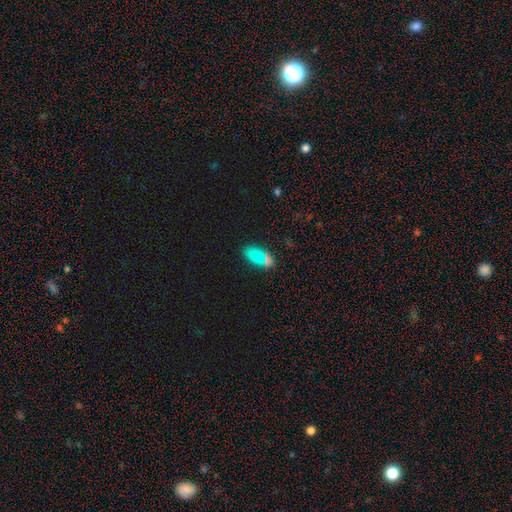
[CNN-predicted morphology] This appears to be a smooth galaxy with no disk features (72%) that is in between round and cigar-shaped (88%). Merging: none (71%).